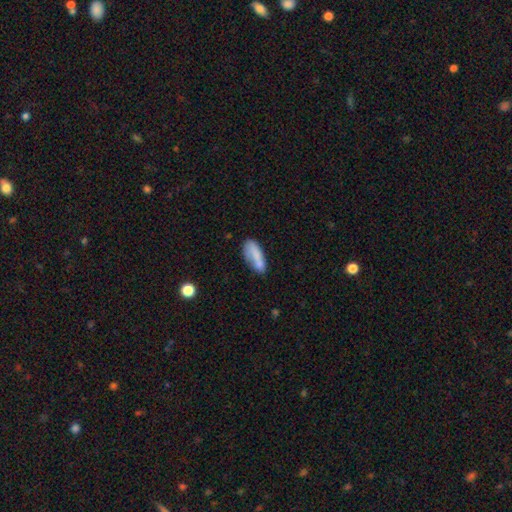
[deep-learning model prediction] A smooth galaxy with no disk features (72%) that is in between round and cigar-shaped (71%). Merging: none (44%).